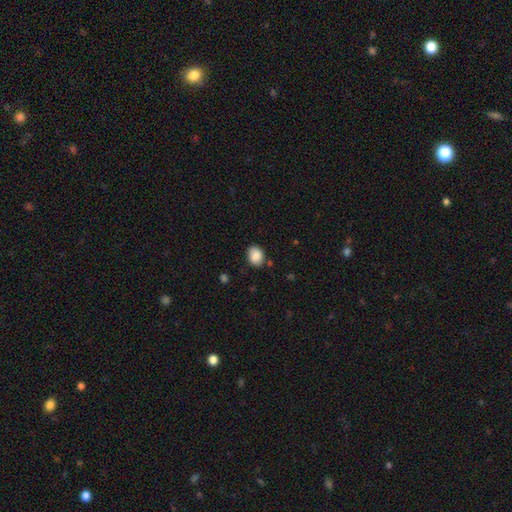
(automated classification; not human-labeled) Smooth or featured? smooth (88%)
How rounded? in between (61%)
Merging? none (80%)